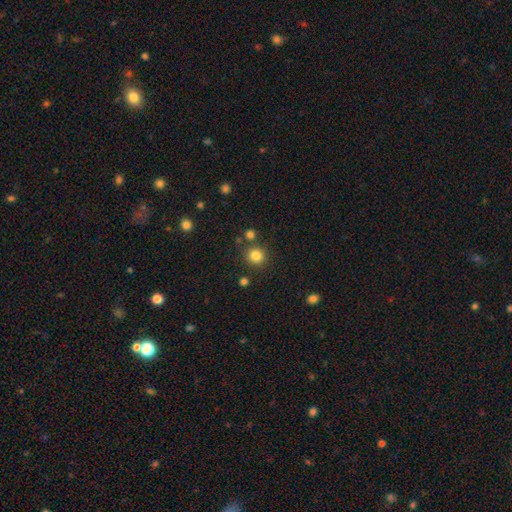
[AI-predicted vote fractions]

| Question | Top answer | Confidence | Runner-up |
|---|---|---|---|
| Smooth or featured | smooth | 83% | star or artifact (12%) |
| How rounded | round | 92% | in between (7%) |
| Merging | none | 83% | minor disturbance (8%) |